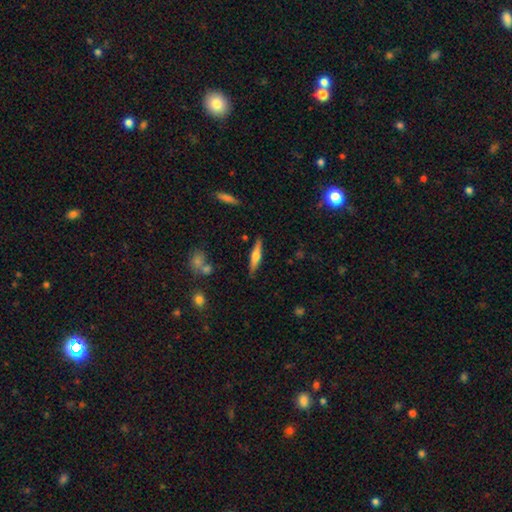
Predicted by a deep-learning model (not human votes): Morphology: type=featured or disk (53%); edge-on=yes (95%); edge-on bulge=rounded (85%); merging=none (86%).